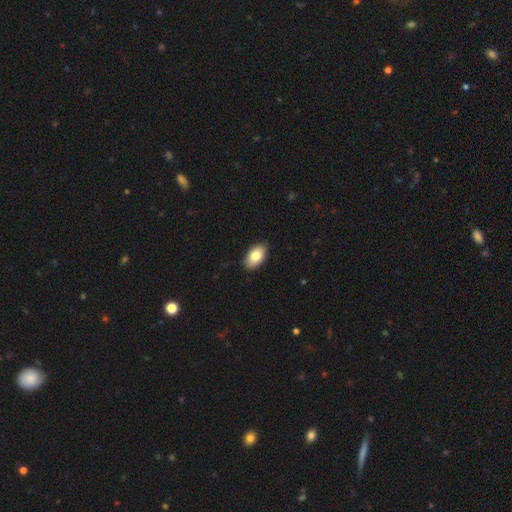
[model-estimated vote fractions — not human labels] A smooth galaxy with no disk features (82%) that is in between round and cigar-shaped (94%). Merging: none (88%).